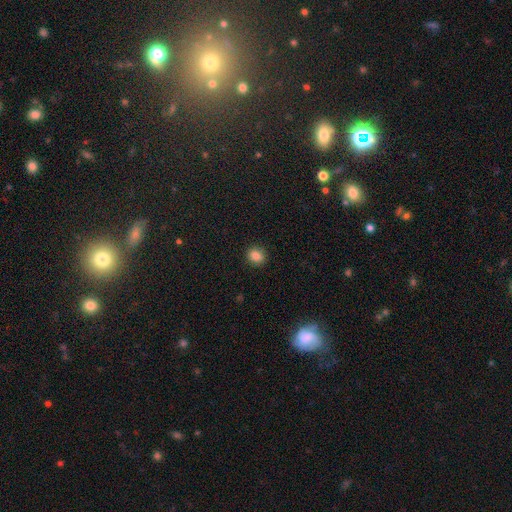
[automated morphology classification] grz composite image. It shows a smooth galaxy with no disk features (85%) that is round (70%). Merging: none (90%).